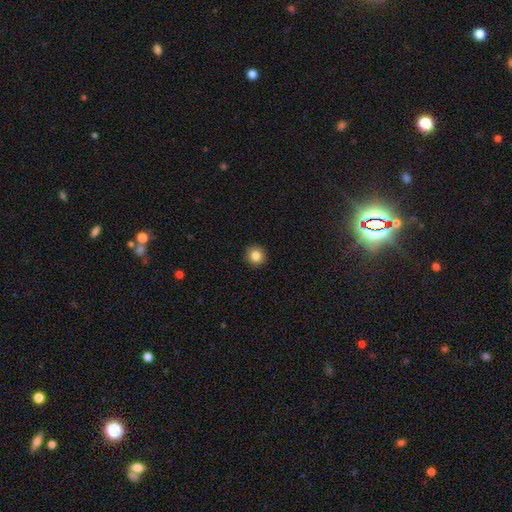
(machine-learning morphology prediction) This is clearly a smooth galaxy (85%). How rounded: clearly round (94%). Merging: clearly none (93%).